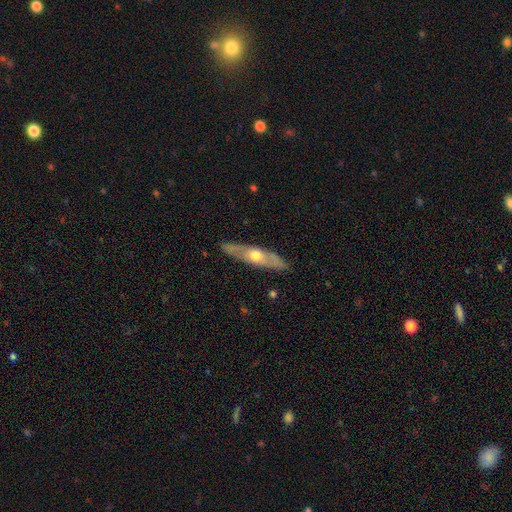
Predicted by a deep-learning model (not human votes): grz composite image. It shows a featured or disk galaxy (56%) viewed edge-on (70%). Merging: none (86%).